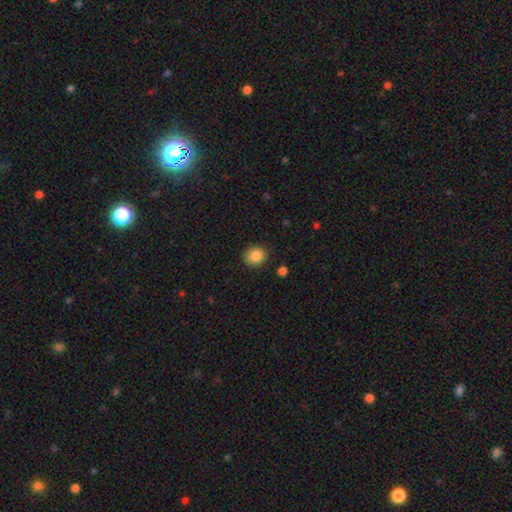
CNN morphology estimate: A smooth galaxy with no disk features (87%) that is round (80%). Merging: none (89%).